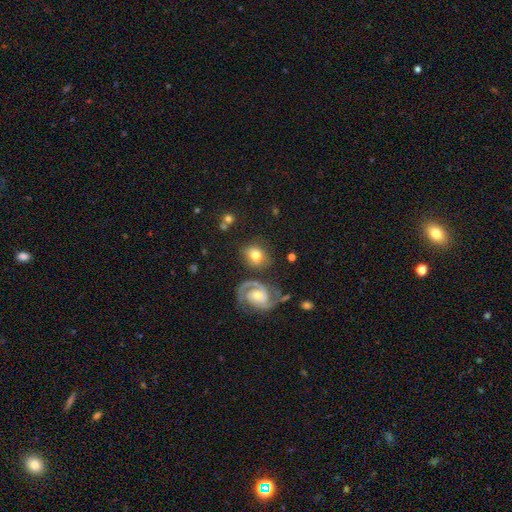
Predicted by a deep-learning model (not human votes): Overall: smooth (57%; featured or disk 35%). How rounded: round (55%; in between 44%). Merging: none (67%).